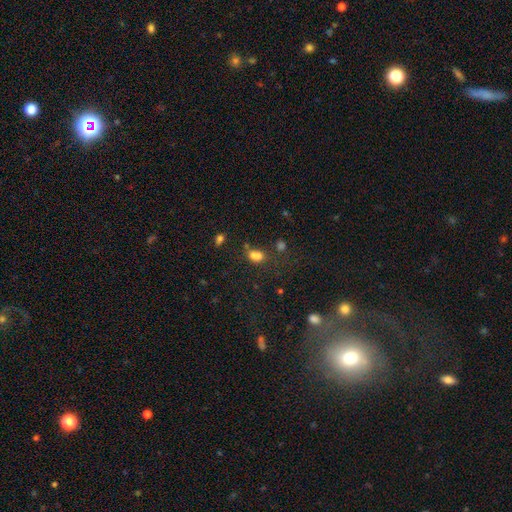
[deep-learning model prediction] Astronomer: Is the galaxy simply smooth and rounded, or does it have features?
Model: smooth — 69%.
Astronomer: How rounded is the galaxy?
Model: in between — 64%.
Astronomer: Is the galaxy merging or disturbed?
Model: merger — 42% (runner-up: none, 36%).